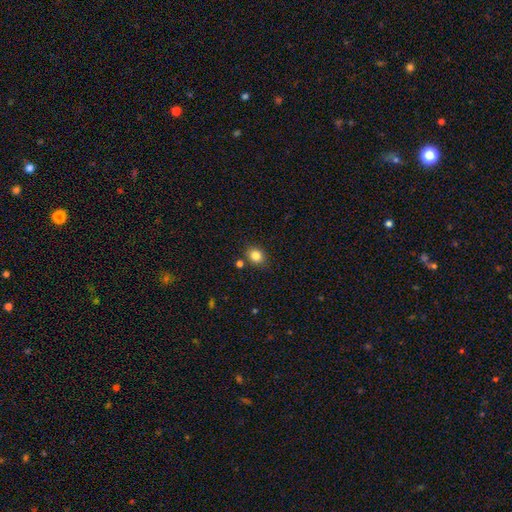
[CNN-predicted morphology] Smooth or featured: smooth — 83% (star or artifact — 11%)
How rounded: round — 64% (in between — 35%)
Merging: none — 81% (minor disturbance — 10%)